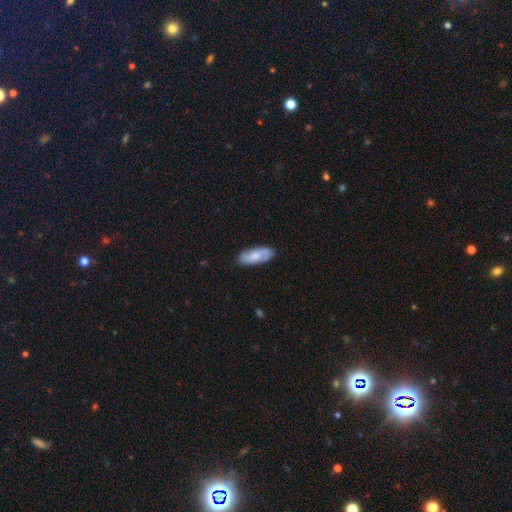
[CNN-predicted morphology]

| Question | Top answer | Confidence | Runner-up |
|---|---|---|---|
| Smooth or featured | smooth | 57% | featured or disk (37%) |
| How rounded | in between | 75% | cigar-shaped (23%) |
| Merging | none | 81% | minor disturbance (14%) |